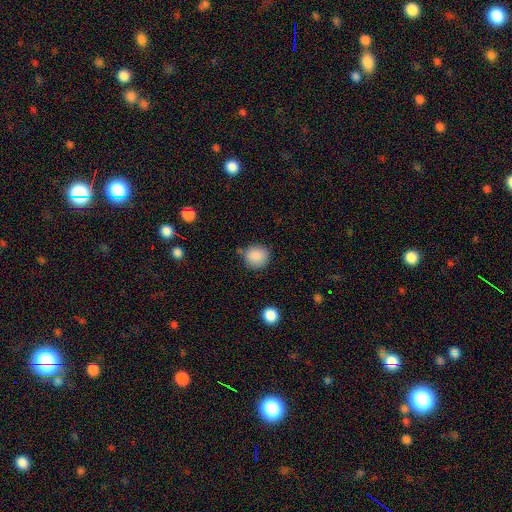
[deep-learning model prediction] A smooth galaxy with no disk features (87%) that is round (86%).

Vote fractions:
- Smooth or featured? smooth: 87% / star or artifact: 9% / featured or disk: 4%
- How rounded? round: 86% / in between: 13% / cigar-shaped: 1%
- Merging? none: 76% / minor disturbance: 16% / merger: 4% / major disturbance: 4%